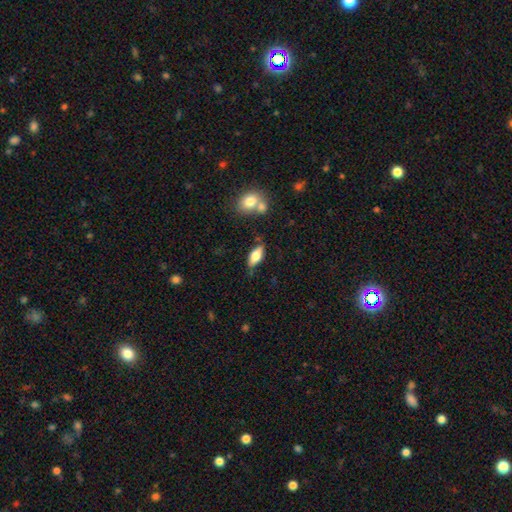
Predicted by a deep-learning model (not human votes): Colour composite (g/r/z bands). It shows a smooth galaxy with no disk features (65%) that is in between round and cigar-shaped (79%). Merging: none (77%).